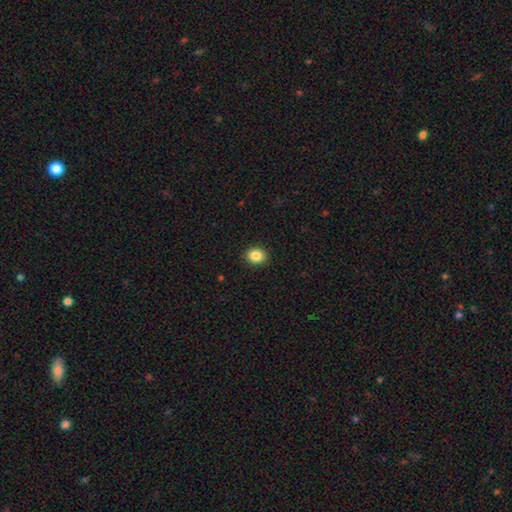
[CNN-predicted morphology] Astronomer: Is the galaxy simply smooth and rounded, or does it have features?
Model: smooth — 87%.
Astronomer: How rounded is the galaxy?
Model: round — 55% (runner-up: in between, 45%).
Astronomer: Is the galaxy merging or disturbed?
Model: none — 91%.